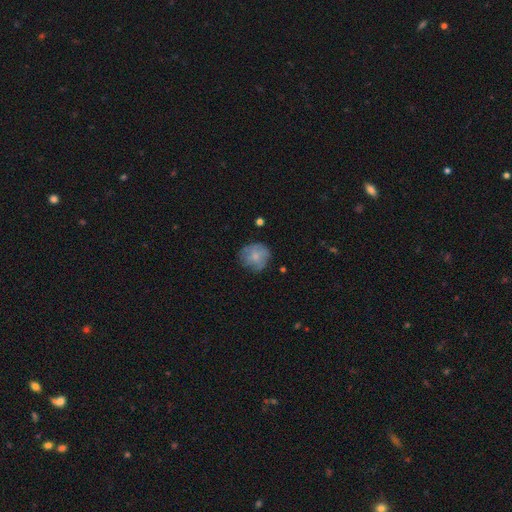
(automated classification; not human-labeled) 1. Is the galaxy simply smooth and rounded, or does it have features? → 63% smooth, 28% featured or disk, 9% star or artifact.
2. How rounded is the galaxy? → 86% round, 13% in between, 1% cigar-shaped.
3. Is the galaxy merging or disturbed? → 70% none, 21% minor disturbance, 8% major disturbance, 2% merger.